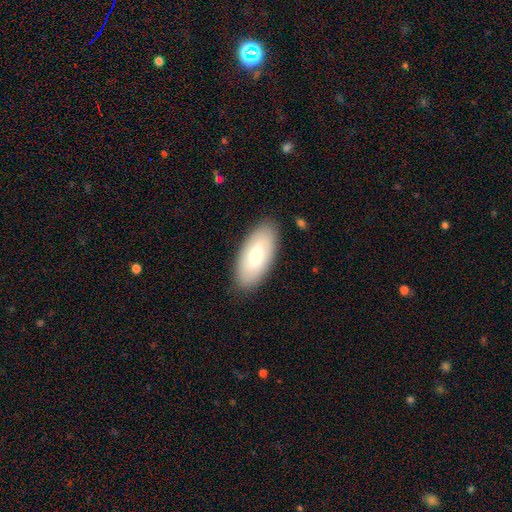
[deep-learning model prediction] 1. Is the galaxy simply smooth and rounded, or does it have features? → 70% smooth, 22% featured or disk, 8% star or artifact.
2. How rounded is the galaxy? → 89% in between, 9% cigar-shaped, 2% round.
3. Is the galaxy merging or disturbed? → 88% none, 9% minor disturbance, 2% major disturbance, 1% merger.